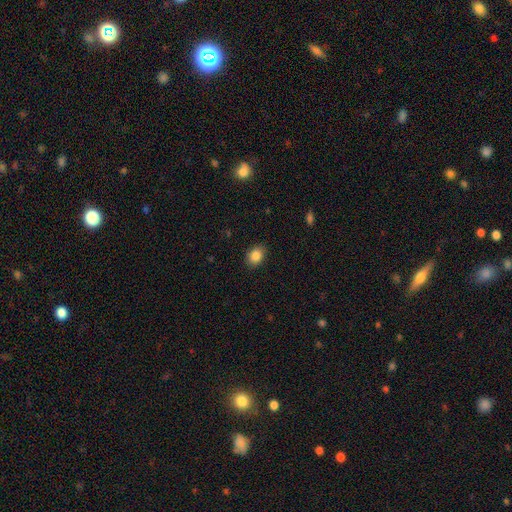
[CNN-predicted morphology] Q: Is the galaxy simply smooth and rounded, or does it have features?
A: smooth — 85%.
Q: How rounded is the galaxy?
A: in between — 66%.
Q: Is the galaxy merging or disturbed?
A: none — 88%.